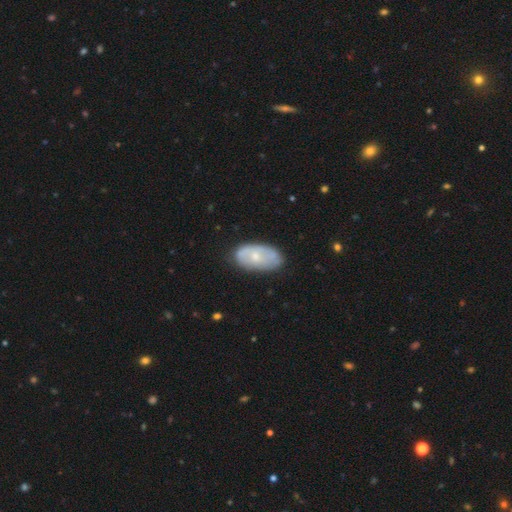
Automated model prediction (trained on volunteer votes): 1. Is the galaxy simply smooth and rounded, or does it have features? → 47% featured or disk (tied), 47% smooth (tied), 6% star or artifact.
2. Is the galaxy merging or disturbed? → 71% none, 22% minor disturbance, 5% major disturbance, 2% merger.